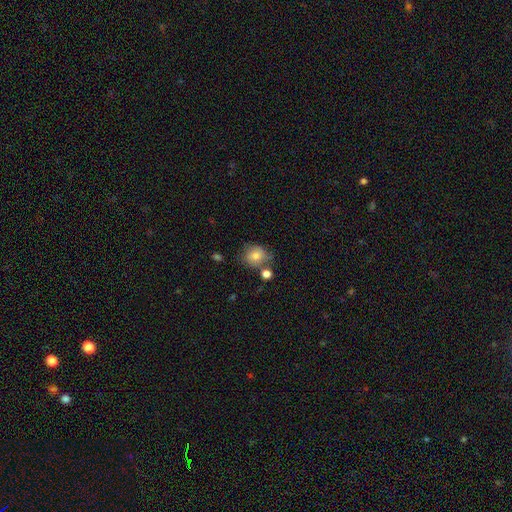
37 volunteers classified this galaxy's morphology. This appears to be a smooth galaxy with no disk features (92%) that is round (85%). Merging: none (70%).